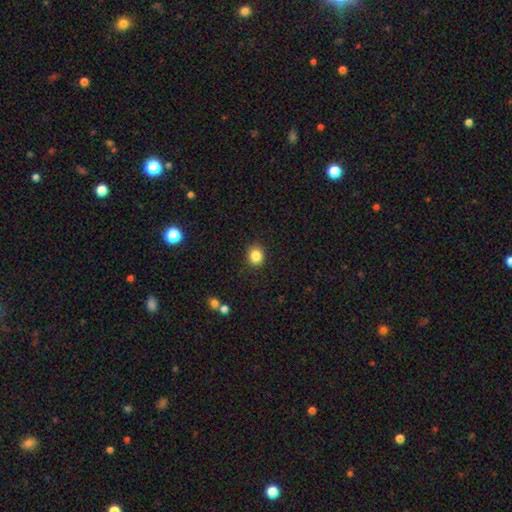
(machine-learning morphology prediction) Smooth or featured?
  - smooth: 84% *
  - star or artifact: 11%
  - featured or disk: 5%
How rounded?
  - round: 74% *
  - in between: 26%
  - cigar-shaped: 1%
Merging?
  - none: 90% *
  - minor disturbance: 7%
  - major disturbance: 2%
  - merger: 1%